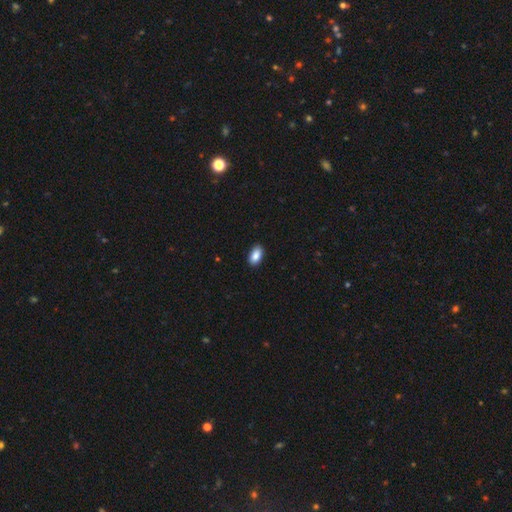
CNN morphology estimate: Smooth or featured? smooth (88%)
How rounded? in between (93%)
Merging? none (88%)